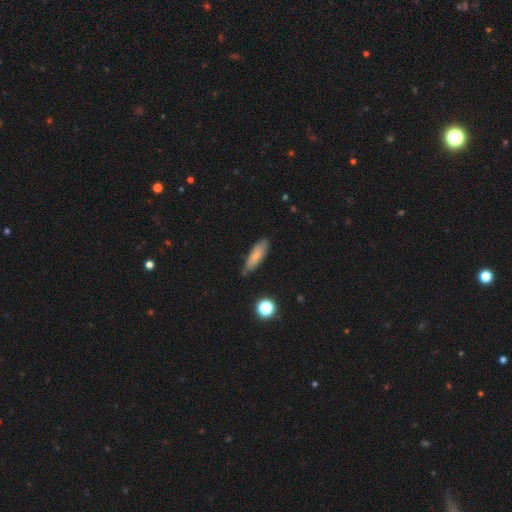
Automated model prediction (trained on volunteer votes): A smooth galaxy with no disk features (74%) that is cigar-shaped (52%).

Vote fractions:
- Smooth or featured? smooth: 74% / featured or disk: 18% / star or artifact: 8%
- How rounded? cigar-shaped: 52% / in between: 45% / round: 3%
- Merging? none: 72% / minor disturbance: 22% / major disturbance: 4% / merger: 3%